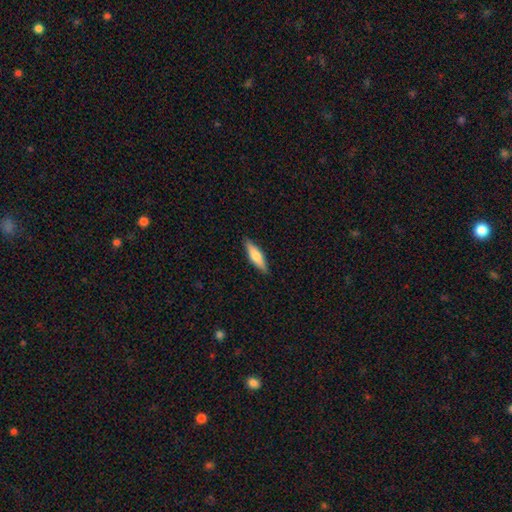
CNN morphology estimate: This appears to be a smooth galaxy with no disk features (60%) that is cigar-shaped (70%). Merging: none (89%).